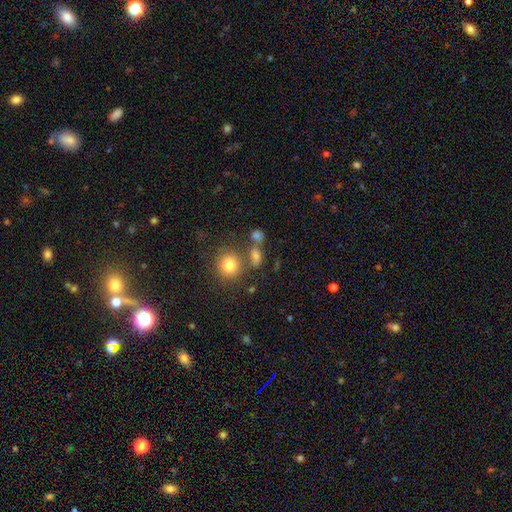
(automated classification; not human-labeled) The model was most divided on "how rounded": in between: 54%, round: 39%, cigar-shaped: 6%. More confident: smooth or featured — smooth (73%); merging — none (58%).